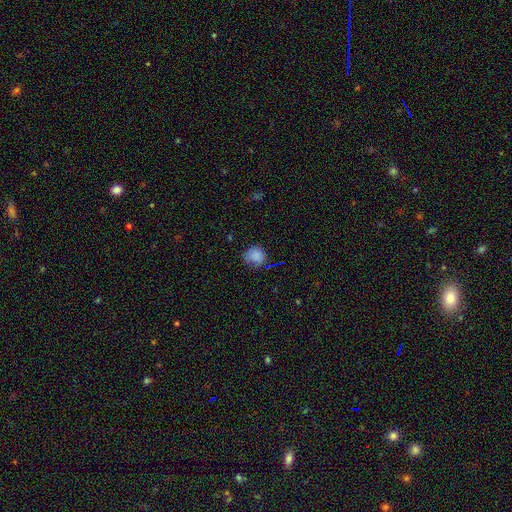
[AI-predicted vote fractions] Q: Smooth or featured?
A: smooth (84%); runner-up: star or artifact (11%)
Q: How rounded?
A: round (76%); runner-up: in between (23%)
Q: Merging?
A: none (64%); runner-up: minor disturbance (27%)